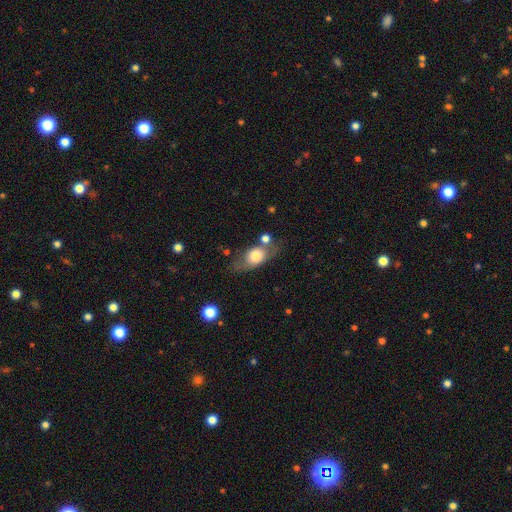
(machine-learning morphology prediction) This is likely a smooth galaxy (64%). How rounded: likely in between (67%). Merging: possibly none (57%).